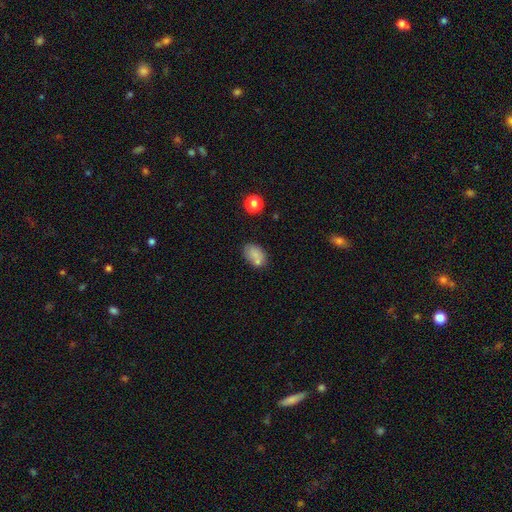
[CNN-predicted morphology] Smooth or featured? Predicted: smooth (p=0.76). How rounded? Predicted: in between (p=0.78). Merging? Predicted: none (p=0.58).